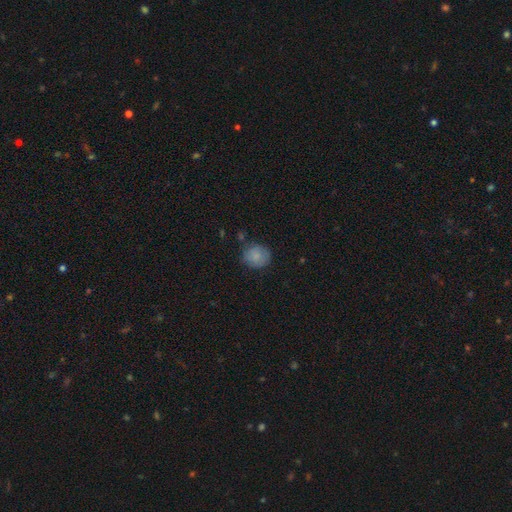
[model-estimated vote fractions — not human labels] Morphology: type=smooth (82%); roundness=round (81%); merging=none (73%).